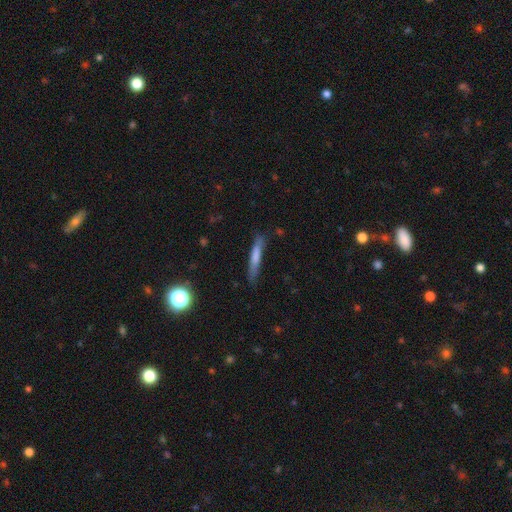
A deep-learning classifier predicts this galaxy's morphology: Smooth or featured?
  - smooth: 69% *
  - featured or disk: 24%
  - star or artifact: 6%
How rounded?
  - cigar-shaped: 92% *
  - in between: 6%
  - round: 1%
Merging?
  - none: 77% *
  - minor disturbance: 18%
  - major disturbance: 4%
  - merger: 2%